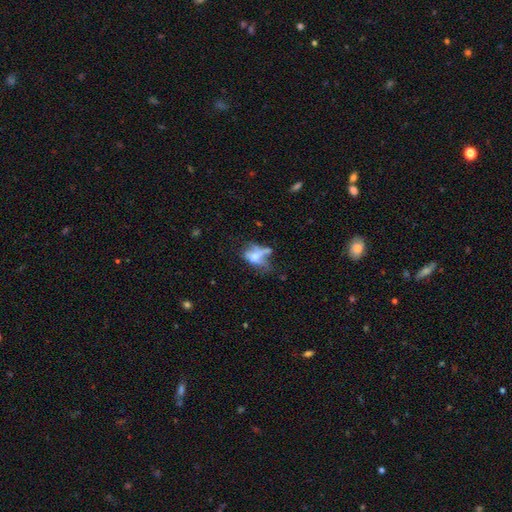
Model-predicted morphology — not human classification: Smooth or featured? smooth (45%)
Merging? major disturbance (32%)